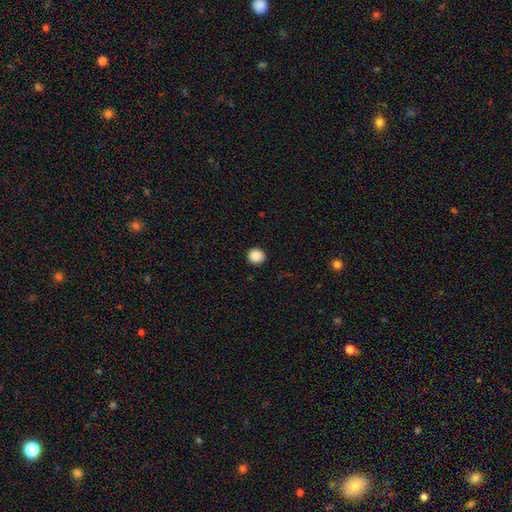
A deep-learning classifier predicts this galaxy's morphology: type=smooth (89%); roundness=round (89%); merging=none (92%).